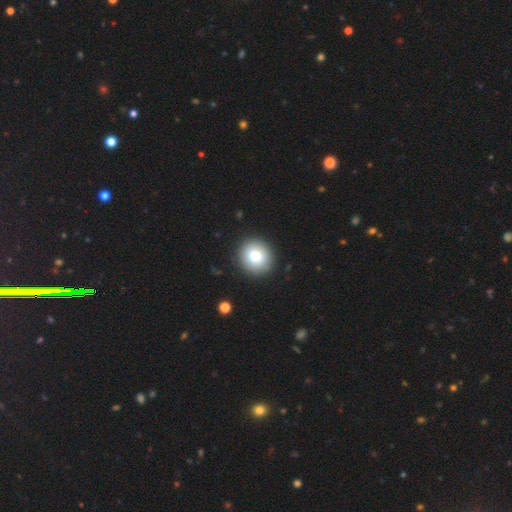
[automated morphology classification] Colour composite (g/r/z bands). It shows a smooth galaxy with no disk features (80%) that is round (86%). Merging: none (91%).